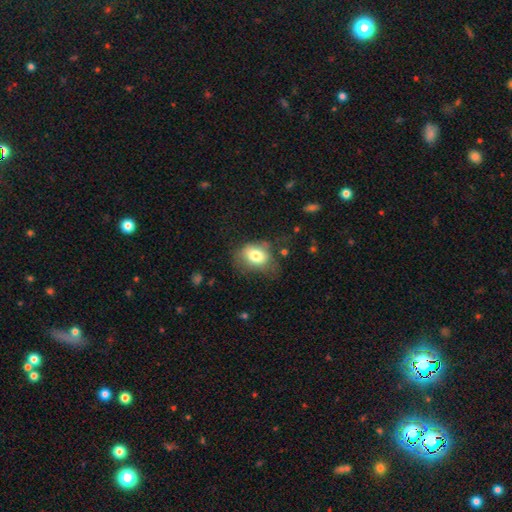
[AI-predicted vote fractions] smooth 76%, featured or disk 14%, star or artifact 9%. Down the decision tree: how rounded — in between (62%); merging — none (48%).